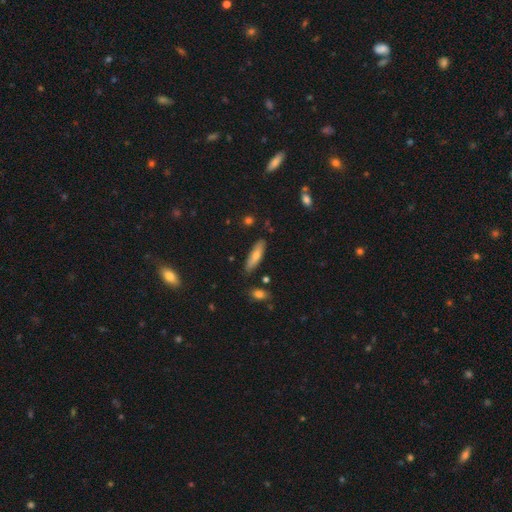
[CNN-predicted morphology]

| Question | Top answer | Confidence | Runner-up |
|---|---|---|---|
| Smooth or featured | smooth | 68% | featured or disk (25%) |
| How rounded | cigar-shaped | 62% | in between (36%) |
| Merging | none | 83% | minor disturbance (12%) |